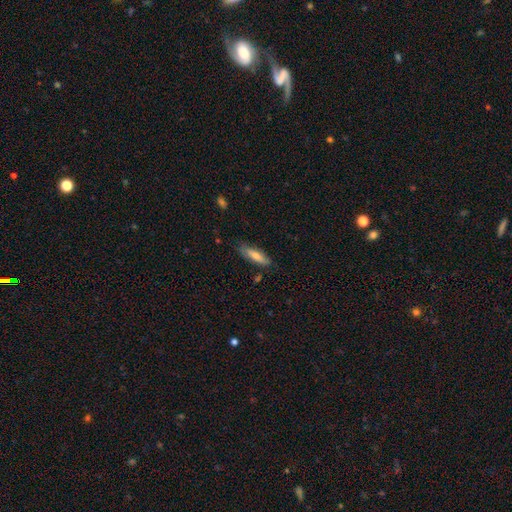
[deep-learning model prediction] A smooth galaxy with no disk features (64%) that is cigar-shaped (56%).

Vote fractions:
- Smooth or featured? smooth: 64% / featured or disk: 30% / star or artifact: 6%
- How rounded? cigar-shaped: 56% / in between: 42% / round: 2%
- Merging? none: 79% / minor disturbance: 17% / major disturbance: 3% / merger: 2%